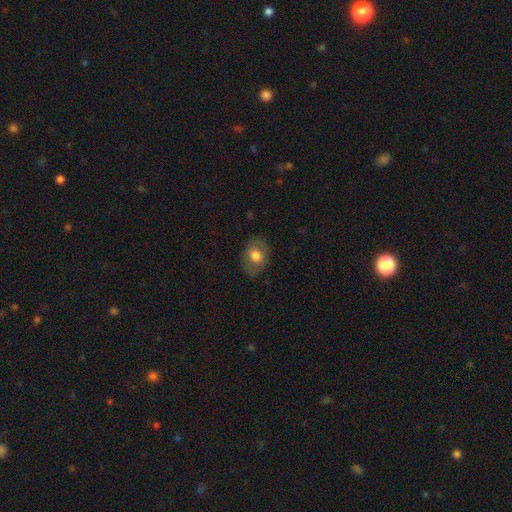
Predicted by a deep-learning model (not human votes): Smooth or featured?
  - smooth: 68% *
  - featured or disk: 23%
  - star or artifact: 8%
How rounded?
  - in between: 67% *
  - round: 32%
  - cigar-shaped: 1%
Merging?
  - none: 80% *
  - minor disturbance: 14%
  - major disturbance: 5%
  - merger: 1%